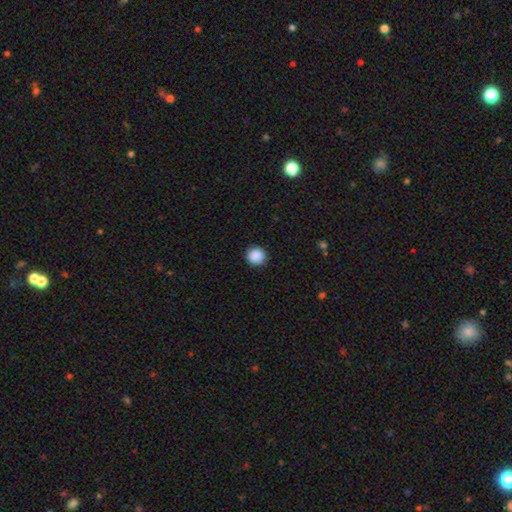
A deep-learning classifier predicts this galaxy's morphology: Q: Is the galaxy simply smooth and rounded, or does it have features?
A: smooth — 89%.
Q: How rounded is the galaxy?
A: round — 94%.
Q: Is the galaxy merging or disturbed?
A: none — 92%.